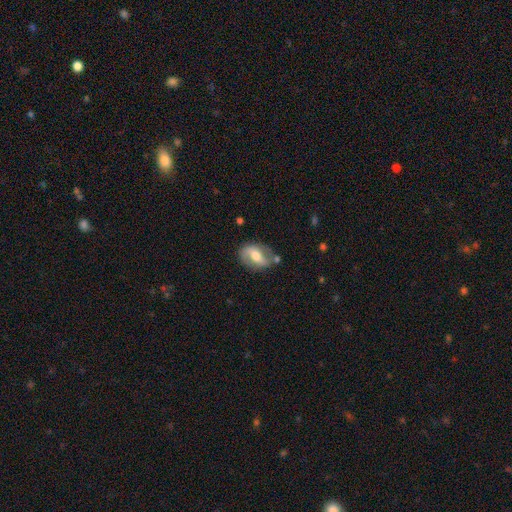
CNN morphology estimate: featured or disk 56%, smooth 37%, star or artifact 7%. Down the decision tree: edge-on disk — no (92%); bar — weak (38%); spiral arms — yes (70%); bulge size — moderate (69%); merging — none (68%).